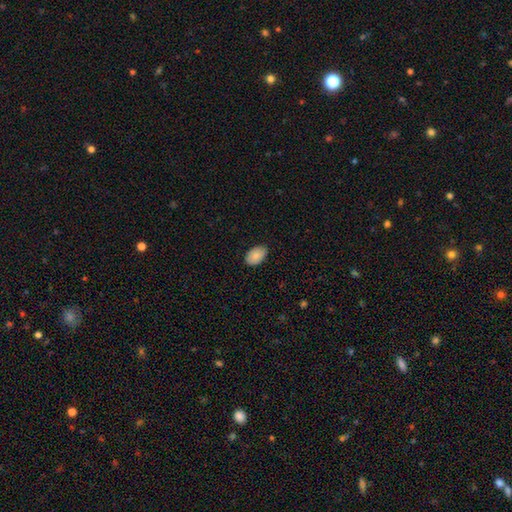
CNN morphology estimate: This appears to be a smooth galaxy with no disk features (87%) that is in between round and cigar-shaped (91%). Merging: none (85%).